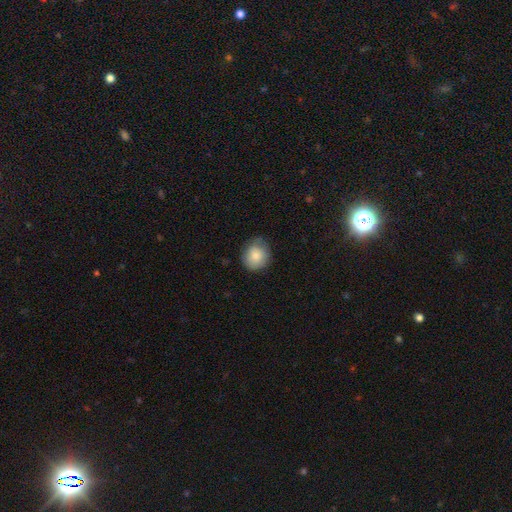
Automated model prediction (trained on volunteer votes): smooth 83%, featured or disk 9%, star or artifact 7%. Down the decision tree: how rounded — round (78%); merging — none (69%).